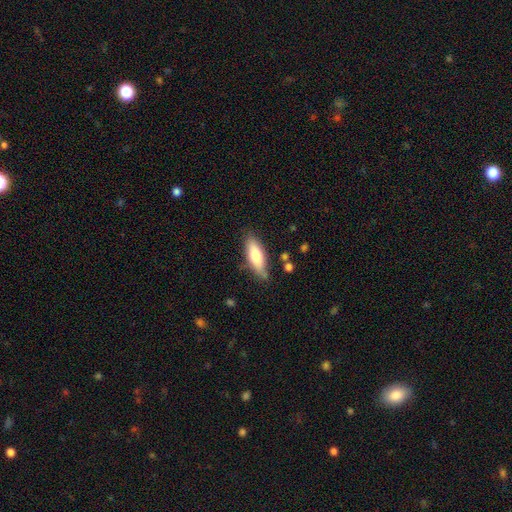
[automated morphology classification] smooth_or_featured: smooth (p=0.72) [alt: featured or disk p=0.22]
how_rounded: in between (p=0.57) [alt: cigar-shaped p=0.41]
merging: none (p=0.77) [alt: minor disturbance p=0.17]